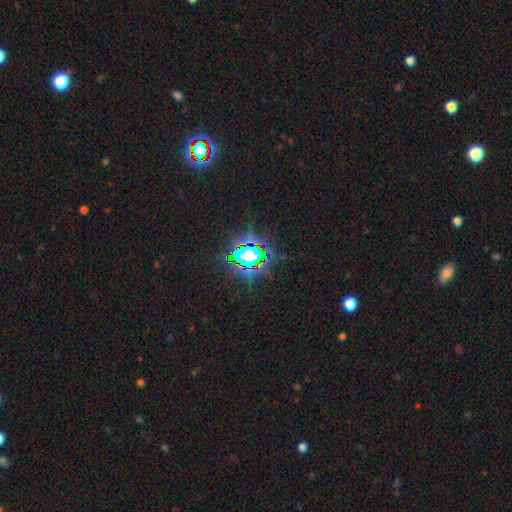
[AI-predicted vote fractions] smooth_or_featured: star or artifact (p=0.80) [alt: smooth p=0.12]